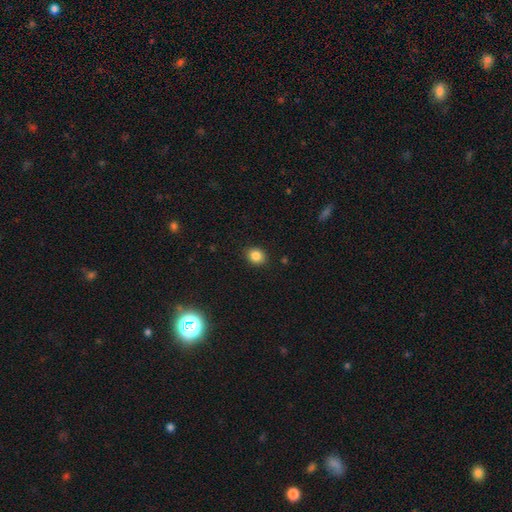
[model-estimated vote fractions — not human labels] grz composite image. It shows a smooth galaxy with no disk features (85%) that is round (52%). Merging: none (89%).